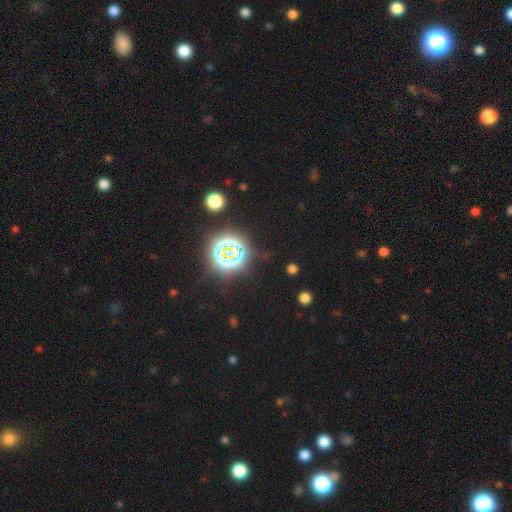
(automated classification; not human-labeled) Smooth or featured: star or artifact — 81% (smooth — 13%)